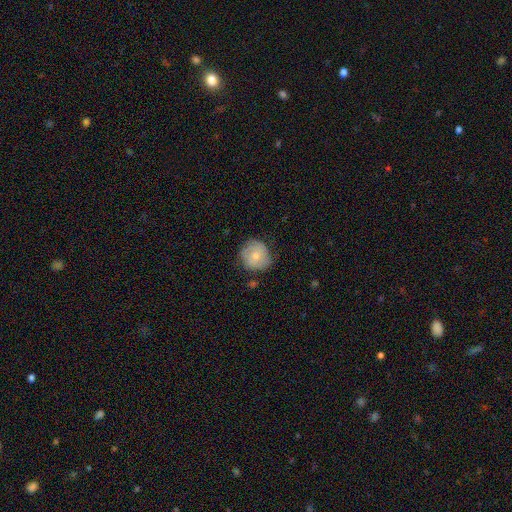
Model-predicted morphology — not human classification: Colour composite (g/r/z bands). It shows a smooth galaxy with no disk features (64%) that is round (89%). Merging: none (69%).